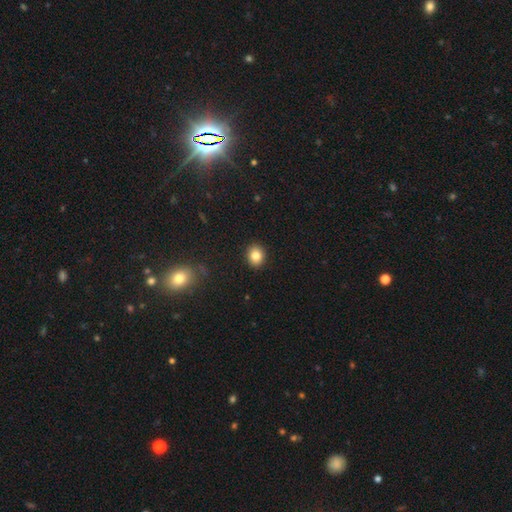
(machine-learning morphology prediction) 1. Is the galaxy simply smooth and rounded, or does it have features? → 83% smooth, 10% star or artifact, 6% featured or disk.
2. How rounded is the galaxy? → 69% round, 30% in between, 1% cigar-shaped.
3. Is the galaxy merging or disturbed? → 91% none, 6% minor disturbance, 2% major disturbance, 1% merger.